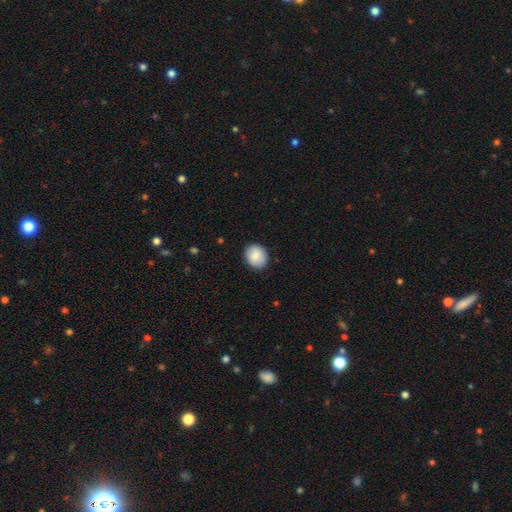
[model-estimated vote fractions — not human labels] smooth_or_featured: smooth (p=0.87) [alt: star or artifact p=0.07]
how_rounded: round (p=0.65) [alt: in between p=0.34]
merging: none (p=0.88) [alt: minor disturbance p=0.09]